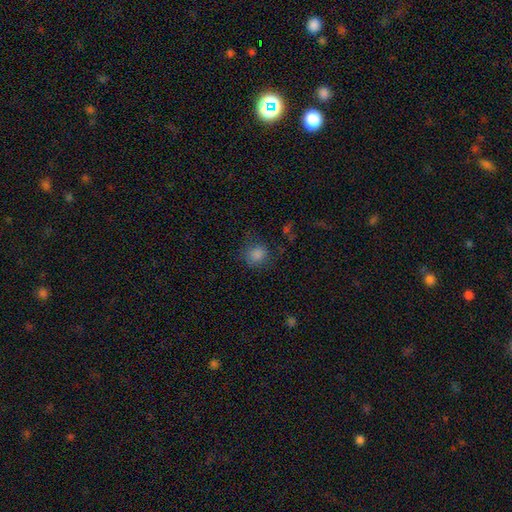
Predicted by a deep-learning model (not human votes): A smooth galaxy with no disk features (80%) that is round (82%). Merging: none (72%).